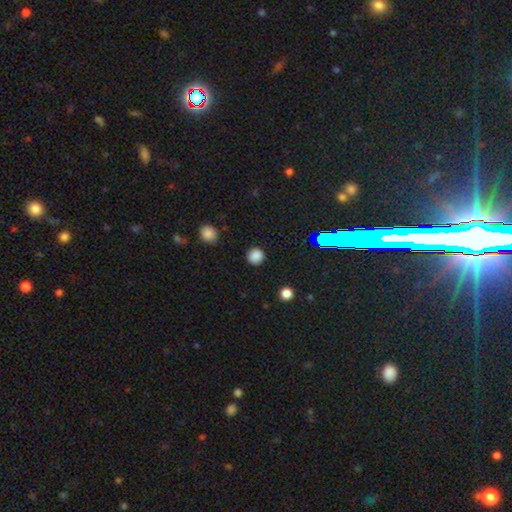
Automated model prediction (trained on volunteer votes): Q: Smooth or featured?
A: smooth (82%); runner-up: star or artifact (14%)
Q: How rounded?
A: round (91%); runner-up: in between (8%)
Q: Merging?
A: none (89%); runner-up: minor disturbance (7%)